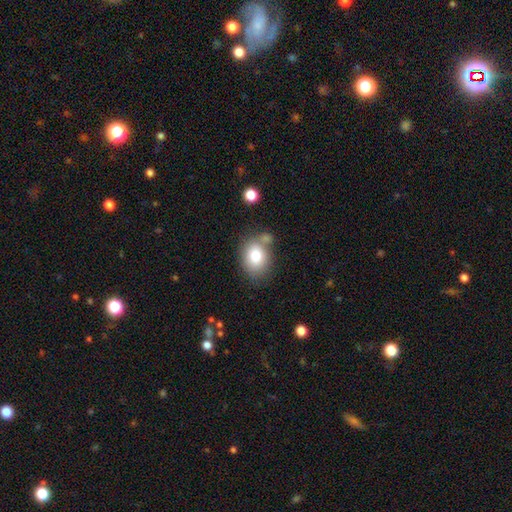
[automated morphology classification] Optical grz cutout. It shows a smooth galaxy with no disk features (77%) that is in between round and cigar-shaped (57%). Merging: none (58%).